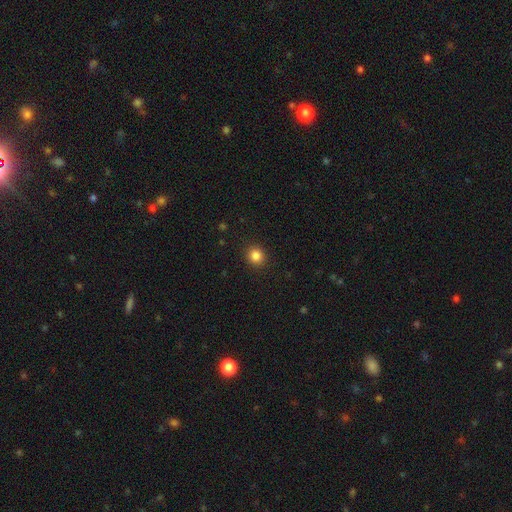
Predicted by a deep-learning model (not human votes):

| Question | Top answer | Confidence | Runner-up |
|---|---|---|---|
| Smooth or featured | smooth | 84% | star or artifact (12%) |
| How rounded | round | 86% | in between (13%) |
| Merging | none | 91% | minor disturbance (6%) |